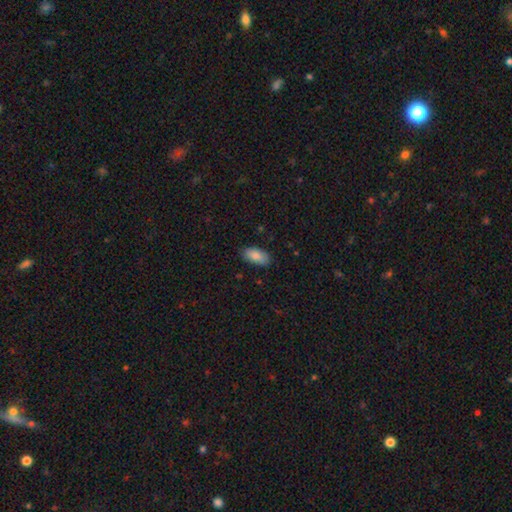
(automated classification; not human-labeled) Q: Smooth or featured?
A: smooth (86%); runner-up: featured or disk (7%)
Q: How rounded?
A: in between (92%); runner-up: cigar-shaped (5%)
Q: Merging?
A: none (83%); runner-up: minor disturbance (13%)